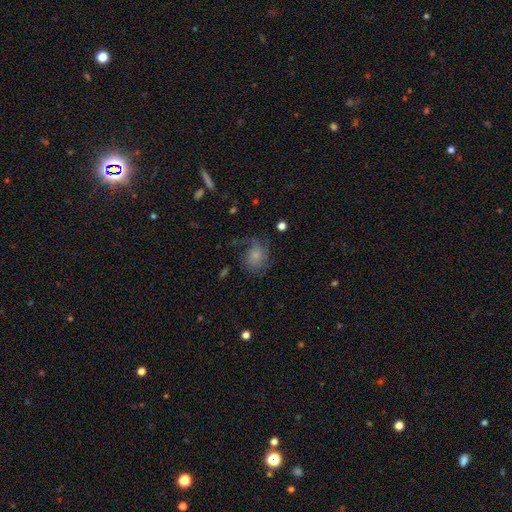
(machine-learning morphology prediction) A smooth galaxy with no disk features (64%) that is round (58%).

Vote fractions:
- Smooth or featured? smooth: 64% / featured or disk: 26% / star or artifact: 10%
- How rounded? round: 58% / in between: 41% / cigar-shaped: 1%
- Merging? none: 46% / major disturbance: 27% / minor disturbance: 24% / merger: 2%